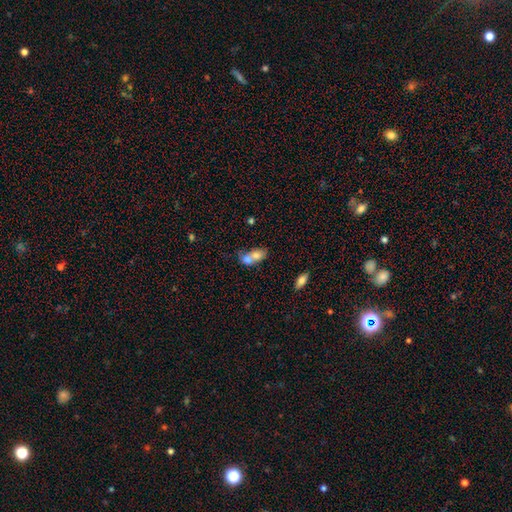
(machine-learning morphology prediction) A smooth galaxy with no disk features (71%) that is in between round and cigar-shaped (68%).

Vote fractions:
- Smooth or featured? smooth: 71% / featured or disk: 20% / star or artifact: 9%
- How rounded? in between: 68% / round: 29% / cigar-shaped: 3%
- Merging? merger: 73% / none: 17% / minor disturbance: 7% / major disturbance: 4%